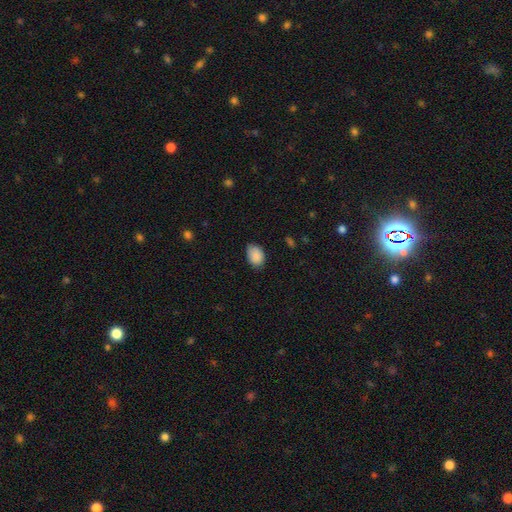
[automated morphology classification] Smooth or featured: smooth — 89% (star or artifact — 7%)
How rounded: in between — 82% (round — 17%)
Merging: none — 75% (minor disturbance — 21%)